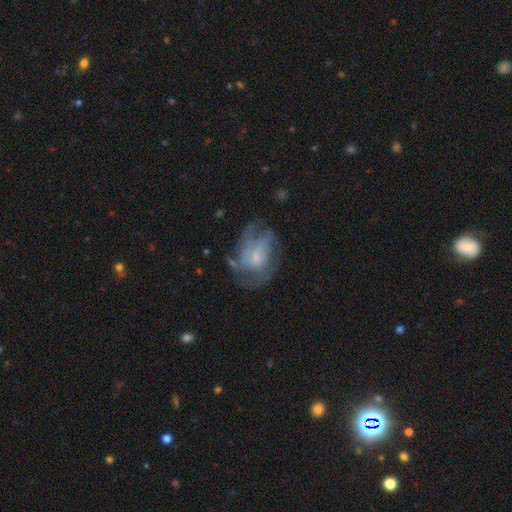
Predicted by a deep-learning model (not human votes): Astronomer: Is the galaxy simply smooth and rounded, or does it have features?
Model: featured or disk — 72%.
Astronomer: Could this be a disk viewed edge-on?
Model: no — 97%.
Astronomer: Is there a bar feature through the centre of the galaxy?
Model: no — 56% (runner-up: weak, 37%).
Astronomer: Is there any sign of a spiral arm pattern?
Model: yes — 83%.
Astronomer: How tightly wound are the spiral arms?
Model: medium — 44% (runner-up: tight, 36%).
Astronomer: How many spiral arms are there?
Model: can't tell — 37% (runner-up: 3, 23%).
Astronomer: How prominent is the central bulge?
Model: small — 49% (runner-up: moderate, 27%).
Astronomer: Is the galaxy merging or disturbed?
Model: none — 53%.